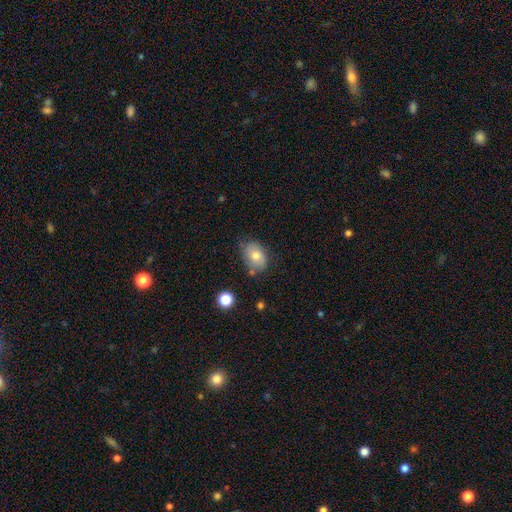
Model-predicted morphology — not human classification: This is likely a smooth galaxy (72%). How rounded: likely in between (76%). Merging: likely none (65%).